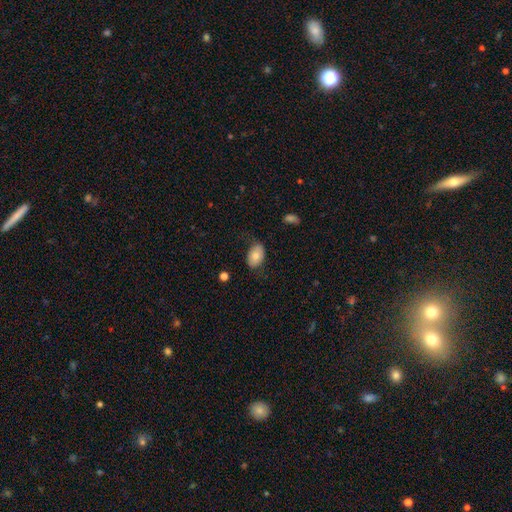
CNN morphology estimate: Smooth or featured: smooth — 76% (featured or disk — 17%)
How rounded: in between — 90% (round — 9%)
Merging: none — 67% (minor disturbance — 24%)